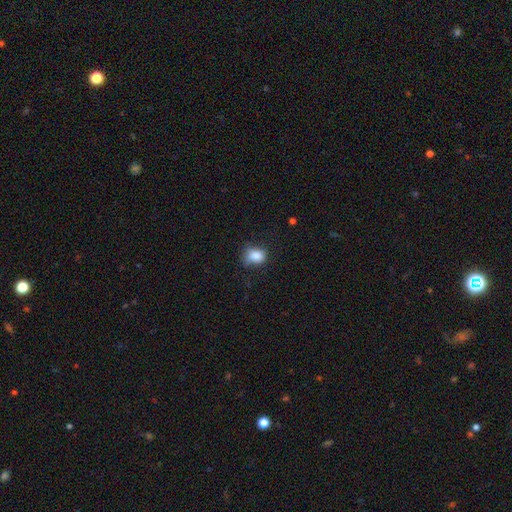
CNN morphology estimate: type=smooth (85%); roundness=in between (51%); merging=none (50%).